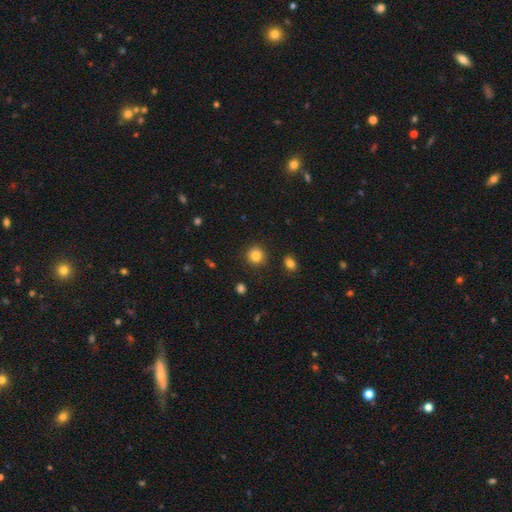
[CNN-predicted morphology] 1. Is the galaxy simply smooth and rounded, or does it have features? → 84% smooth, 11% star or artifact, 5% featured or disk.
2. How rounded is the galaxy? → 91% round, 8% in between, 1% cigar-shaped.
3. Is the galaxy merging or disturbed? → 90% none, 6% minor disturbance, 2% major disturbance, 2% merger.